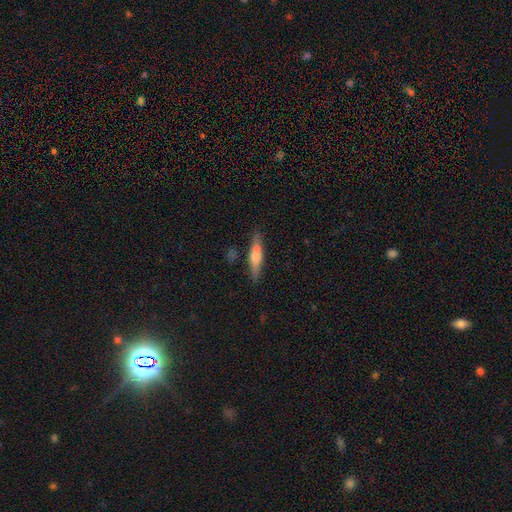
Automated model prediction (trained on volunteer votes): Smooth or featured? smooth (54%)
How rounded? cigar-shaped (83%)
Merging? none (82%)